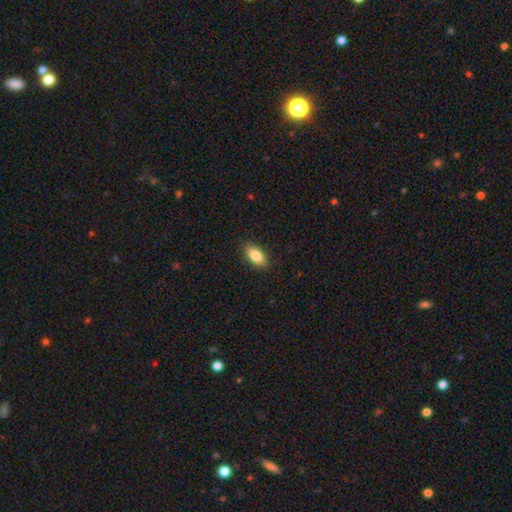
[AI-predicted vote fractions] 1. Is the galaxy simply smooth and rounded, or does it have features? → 83% smooth, 10% featured or disk, 7% star or artifact.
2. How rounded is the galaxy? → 90% in between, 5% cigar-shaped, 5% round.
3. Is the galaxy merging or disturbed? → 89% none, 8% minor disturbance, 2% major disturbance, 1% merger.